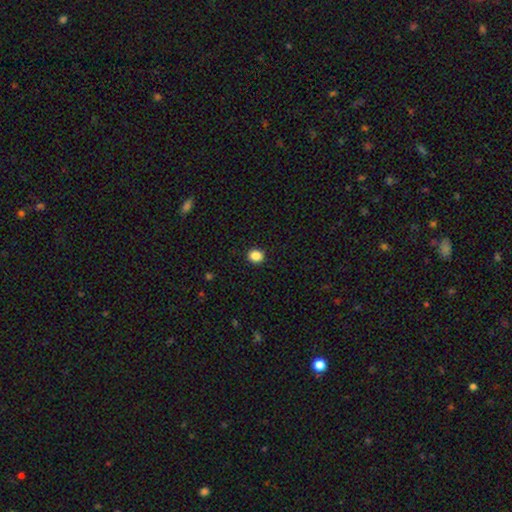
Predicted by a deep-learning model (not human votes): smooth 87%, star or artifact 10%, featured or disk 3%. Down the decision tree: how rounded — round (79%); merging — none (92%).